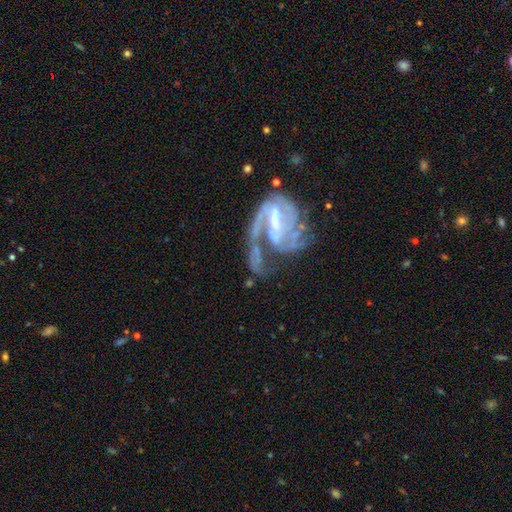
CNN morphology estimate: smooth-or-featured: featured or disk: 85% | star or artifact: 8% | smooth: 7%
  disk-edge-on: no: 97% | yes: 3%
    bar: weak: 45% | strong: 33% | no: 22%
    has-spiral-arms: yes: 89% | no: 11%
      spiral-winding: medium: 42% | tight: 36% | loose: 22%
      spiral-arm-count: 2: 32% | can't tell: 26% | 3: 16% | 1: 15% | 4: 6% | more than 4: 5%
    bulge-size: small: 49% | moderate: 39% | none: 7% | large: 3% | dominant: 1%
  merging: major disturbance: 41% | none: 27% | merger: 18% | minor disturbance: 15%